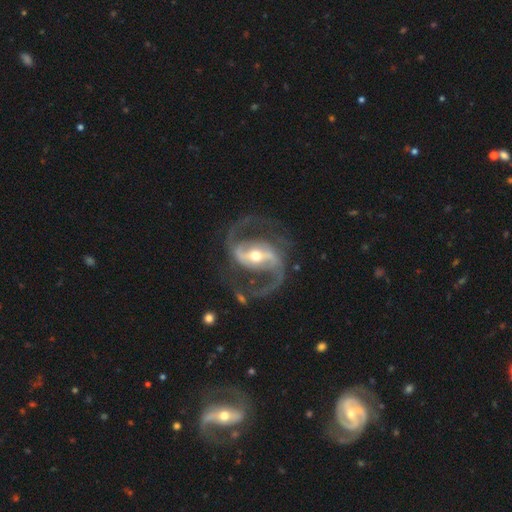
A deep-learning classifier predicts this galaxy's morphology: A featured or disk galaxy (93%) with a strong bar (57%), 2 (94%) medium (61%) spiral arms (98%) and a moderate central bulge (62%). Merging: none (79%).